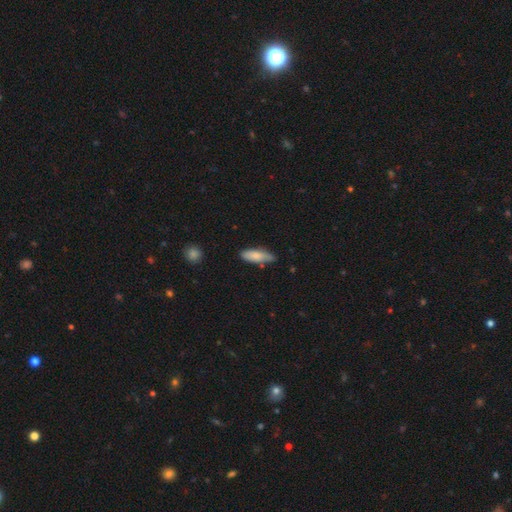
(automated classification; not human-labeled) A smooth galaxy with no disk features (79%) that is in between round and cigar-shaped (59%).

Vote fractions:
- Smooth or featured? smooth: 79% / featured or disk: 15% / star or artifact: 6%
- How rounded? in between: 59% / cigar-shaped: 39% / round: 2%
- Merging? none: 68% / minor disturbance: 25% / merger: 4% / major disturbance: 4%